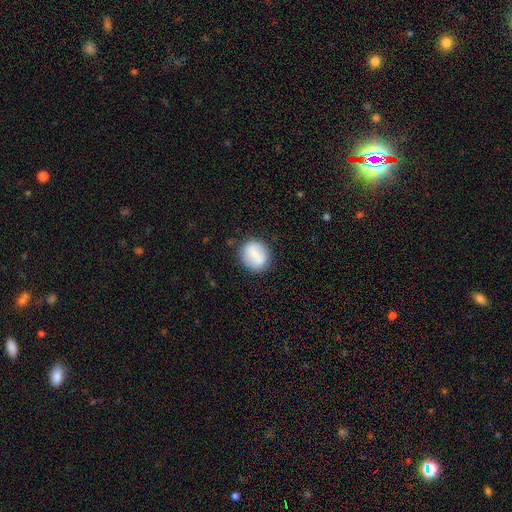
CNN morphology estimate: type=smooth (73%); roundness=round (68%); merging=none (81%).